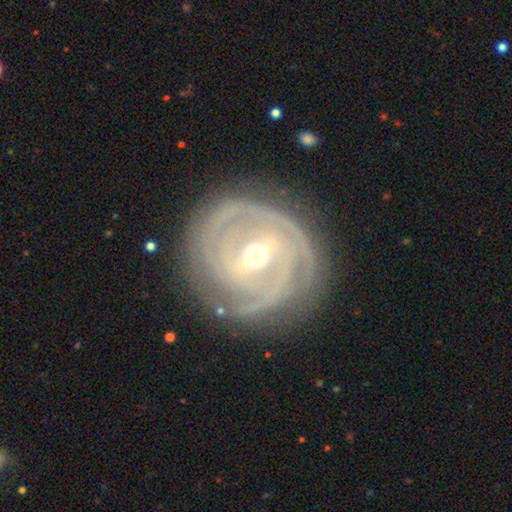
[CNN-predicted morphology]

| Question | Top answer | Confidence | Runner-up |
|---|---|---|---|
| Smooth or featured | featured or disk | 89% | smooth (6%) |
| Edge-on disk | no | 96% | yes (4%) |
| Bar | strong | 47% | weak (40%) |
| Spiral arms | yes | 96% | no (4%) |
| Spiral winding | tight | 78% | medium (18%) |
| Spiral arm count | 3 | 31% | can't tell (23%) |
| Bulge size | moderate | 58% | small (38%) |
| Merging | none | 79% | minor disturbance (14%) |